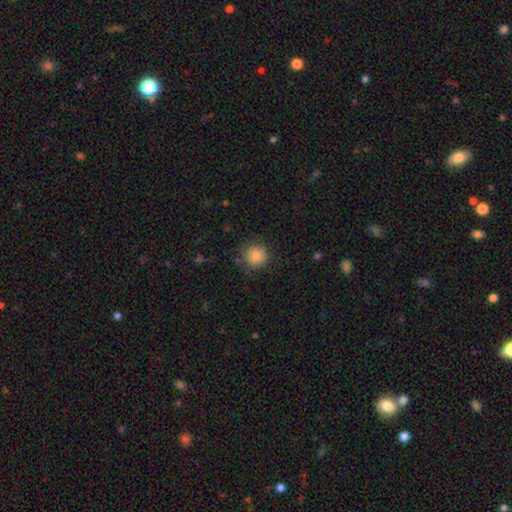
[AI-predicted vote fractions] Smooth or featured? Predicted: smooth (p=0.84). How rounded? Predicted: round (p=0.93). Merging? Predicted: none (p=0.83).